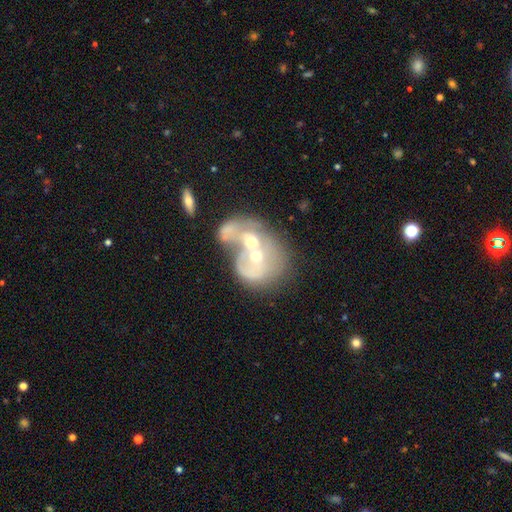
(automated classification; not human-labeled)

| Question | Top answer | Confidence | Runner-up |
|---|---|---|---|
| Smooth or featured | featured or disk | 62% | smooth (29%) |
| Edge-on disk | no | 97% | yes (3%) |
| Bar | no | 85% | weak (11%) |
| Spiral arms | no | 71% | yes (29%) |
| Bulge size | moderate | 60% | small (27%) |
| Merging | merger | 76% | major disturbance (10%) |